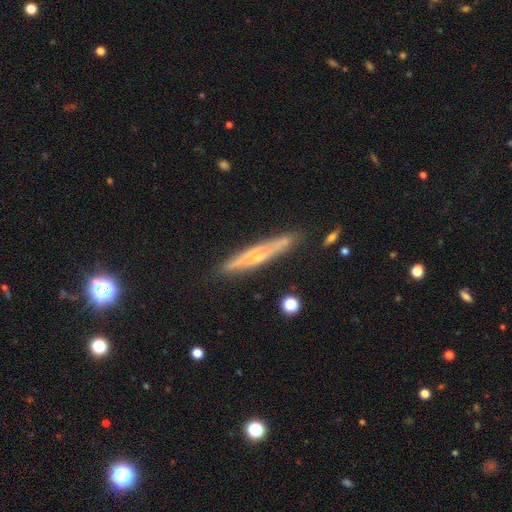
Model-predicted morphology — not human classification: Overall: featured or disk (64%; smooth 29%). Edge-on disk: yes (87%). Edge-on bulge: rounded (65%; none 30%). Merging: none (82%).